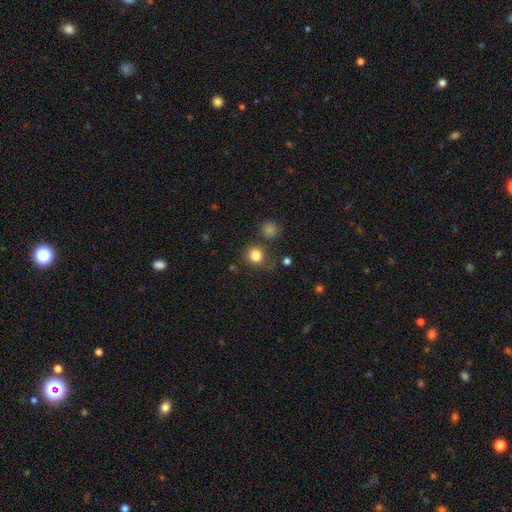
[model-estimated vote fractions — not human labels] A smooth galaxy with no disk features (83%) that is round (86%). Merging: none (74%).